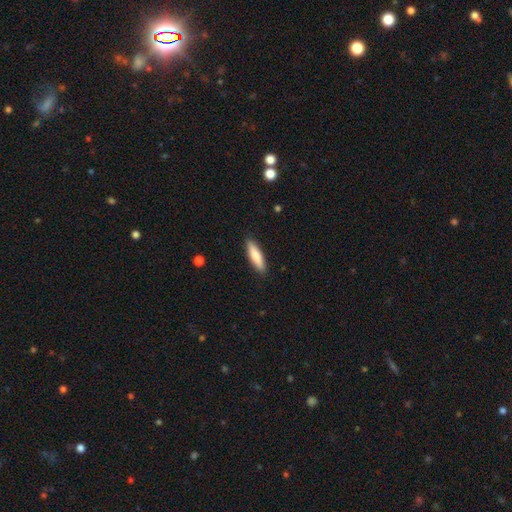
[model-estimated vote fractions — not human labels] Smooth or featured? Predicted: smooth (p=0.81). How rounded? Predicted: cigar-shaped (p=0.69). Merging? Predicted: none (p=0.90).